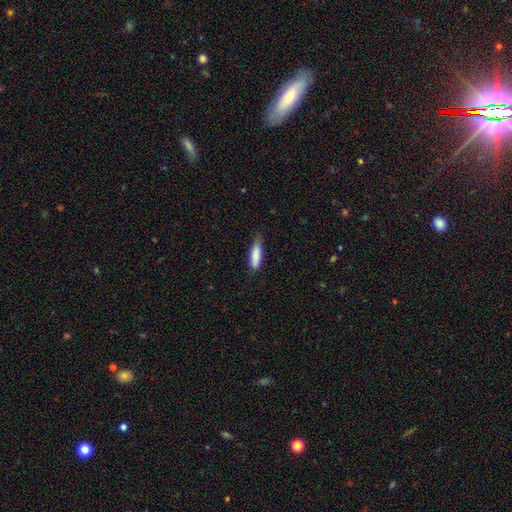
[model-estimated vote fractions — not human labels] smooth_or_featured: smooth (p=0.84) [alt: featured or disk p=0.10]
how_rounded: cigar-shaped (p=0.61) [alt: in between p=0.37]
merging: none (p=0.66) [alt: minor disturbance p=0.28]